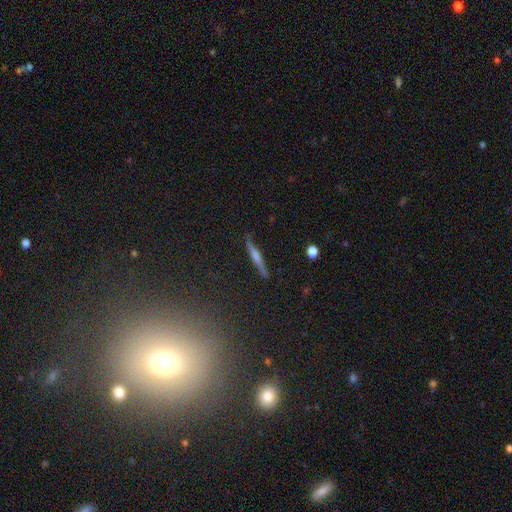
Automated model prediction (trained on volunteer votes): featured or disk 58%, smooth 33%, star or artifact 9%. Down the decision tree: edge-on disk — yes (96%); edge-on bulge — rounded (65%); merging — none (87%).